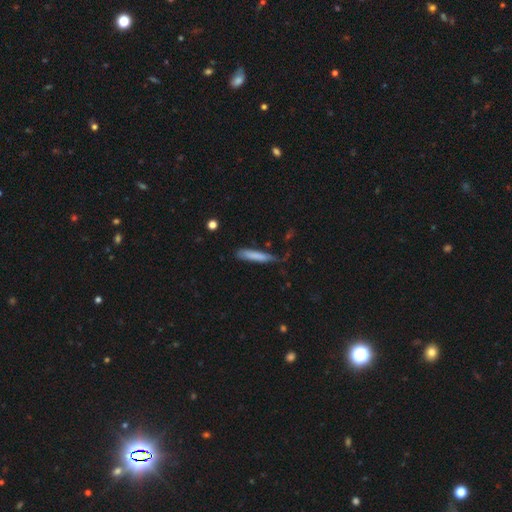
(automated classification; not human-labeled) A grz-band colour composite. It shows a smooth galaxy with no disk features (79%) that is cigar-shaped (88%). Merging: none (60%).